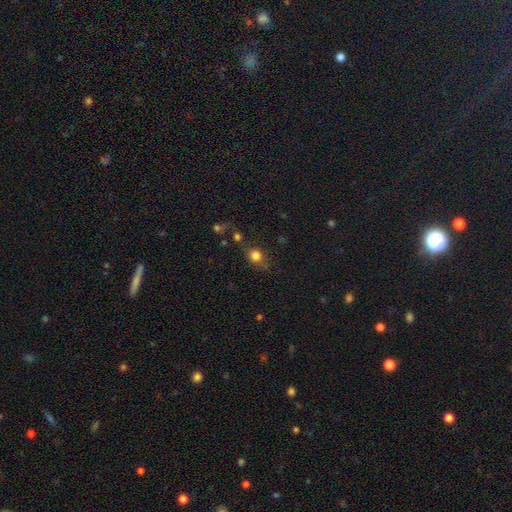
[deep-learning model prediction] Smooth or featured: smooth — 80% (star or artifact — 13%)
How rounded: round — 76% (in between — 22%)
Merging: none — 65% (minor disturbance — 17%)